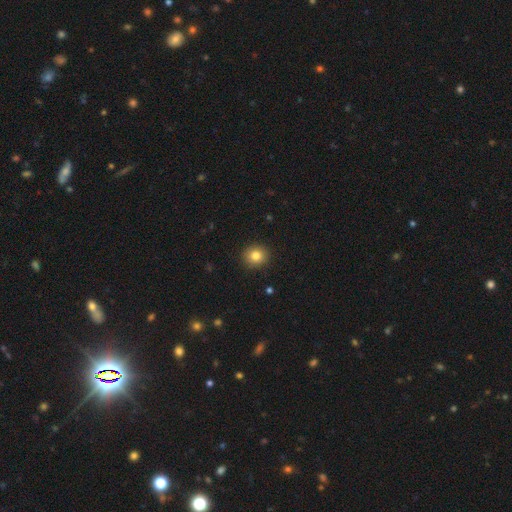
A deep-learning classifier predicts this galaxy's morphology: Overall: smooth (83%). How rounded: round (88%). Merging: none (92%).